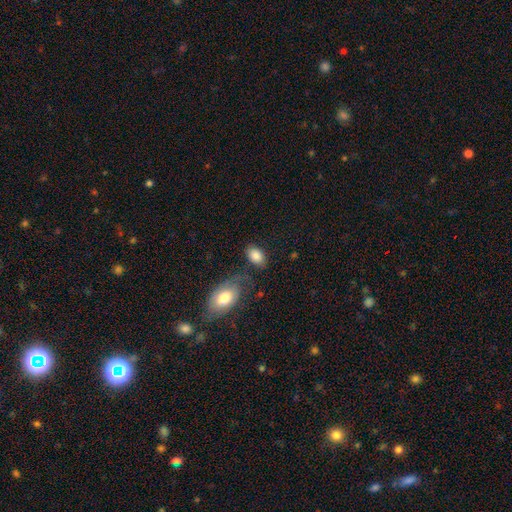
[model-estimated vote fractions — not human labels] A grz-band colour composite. It shows a smooth galaxy with no disk features (84%) that is in between round and cigar-shaped (89%). Merging: none (70%).